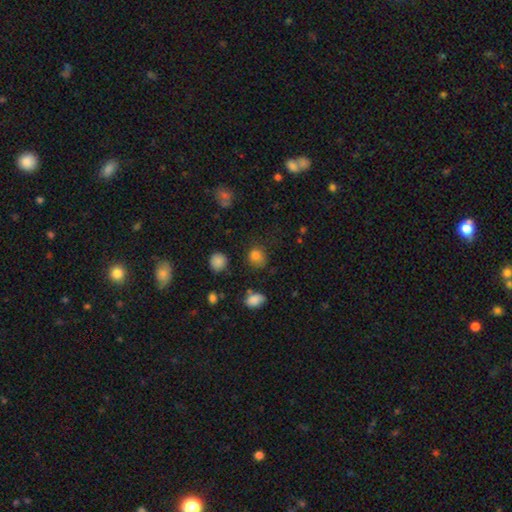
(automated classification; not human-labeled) smooth-or-featured: smooth: 79% | star or artifact: 15% | featured or disk: 6%
  how-rounded: round: 77% | in between: 22% | cigar-shaped: 1%
  merging: none: 70% | minor disturbance: 19% | major disturbance: 7% | merger: 3%